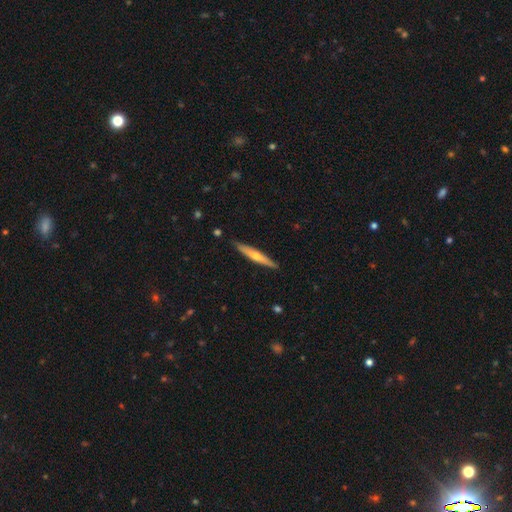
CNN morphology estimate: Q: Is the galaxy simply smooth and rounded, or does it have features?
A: featured or disk — 60%.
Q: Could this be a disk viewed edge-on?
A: yes — 96%.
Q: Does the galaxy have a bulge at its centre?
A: rounded — 79%.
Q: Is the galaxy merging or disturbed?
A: none — 90%.